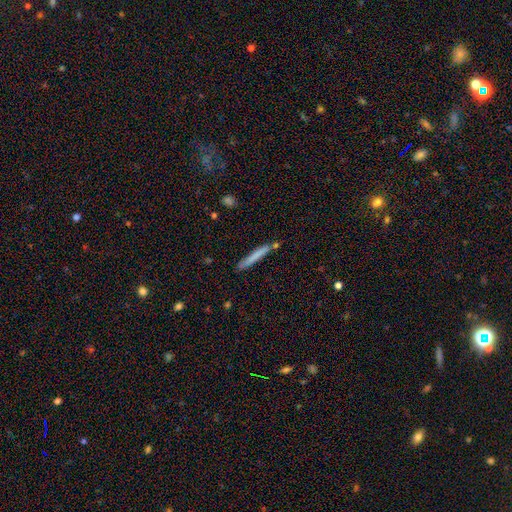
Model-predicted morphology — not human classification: The model was most divided on "smooth or featured": smooth: 71%, featured or disk: 23%, star or artifact: 6%. More confident: how rounded — cigar-shaped (96%); merging — none (82%).